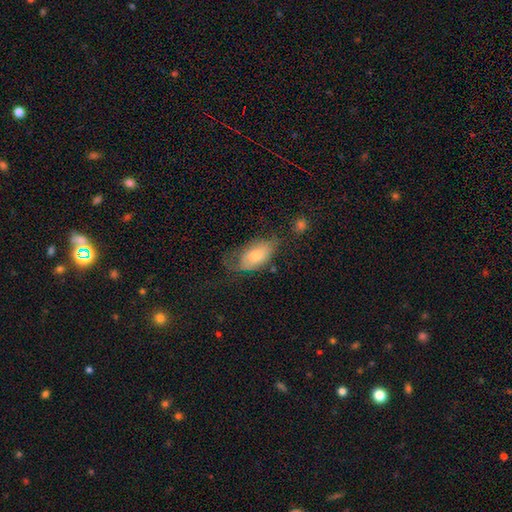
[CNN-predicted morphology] Smooth or featured: smooth — 73% (featured or disk — 20%)
How rounded: in between — 92% (cigar-shaped — 4%)
Merging: none — 38% (minor disturbance — 34%)